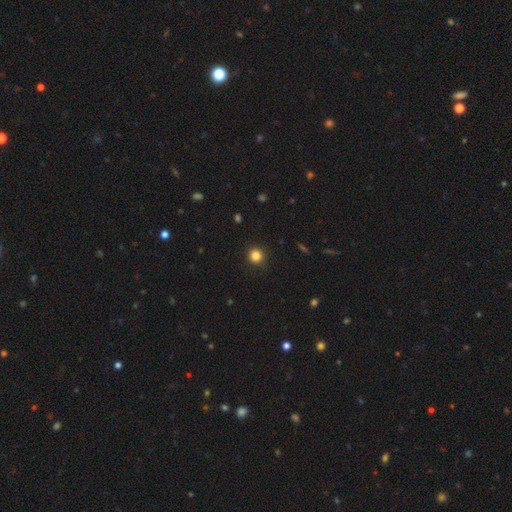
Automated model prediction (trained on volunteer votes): Overall: smooth (83%). How rounded: round (94%). Merging: none (92%).